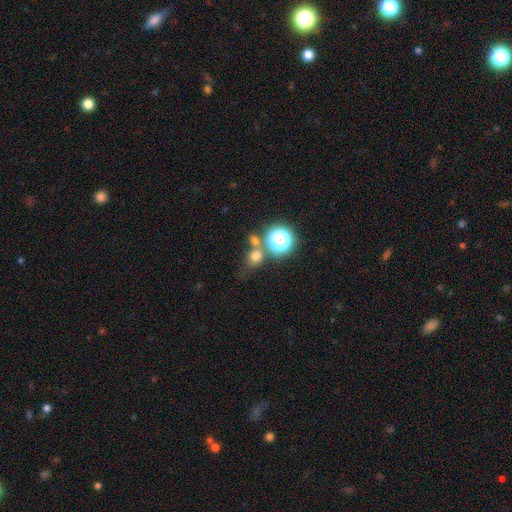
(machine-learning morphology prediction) Smooth or featured? smooth (67%)
How rounded? round (70%)
Merging? none (59%)